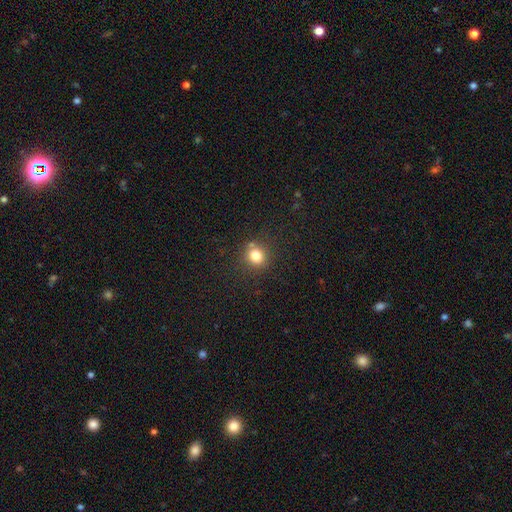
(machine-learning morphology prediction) This is clearly a smooth galaxy (80%). How rounded: clearly round (82%). Merging: likely none (79%).